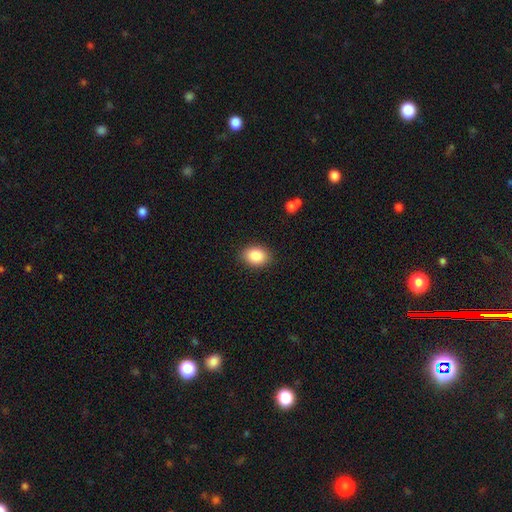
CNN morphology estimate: This appears to be a smooth galaxy with no disk features (88%) that is in between round and cigar-shaped (72%). Merging: none (87%).